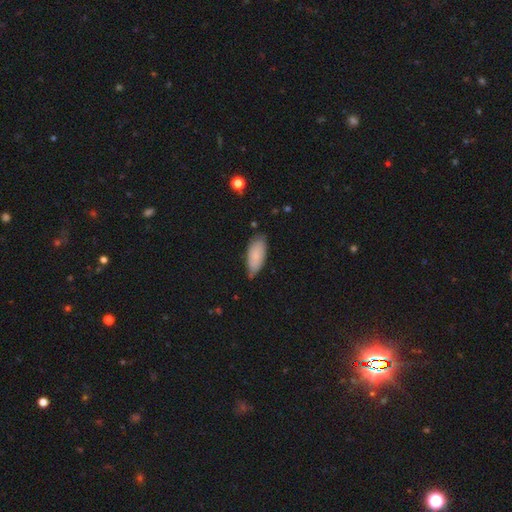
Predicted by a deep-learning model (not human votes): A smooth galaxy with no disk features (79%) that is in between round and cigar-shaped (83%).

Vote fractions:
- Smooth or featured? smooth: 79% / featured or disk: 15% / star or artifact: 6%
- How rounded? in between: 83% / cigar-shaped: 16% / round: 2%
- Merging? none: 67% / minor disturbance: 27% / major disturbance: 4% / merger: 2%